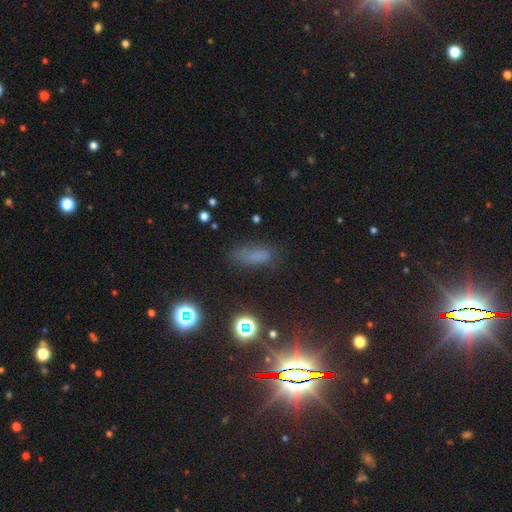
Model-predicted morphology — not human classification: Smooth or featured: smooth — 58% (star or artifact — 30%)
How rounded: in between — 62% (cigar-shaped — 32%)
Merging: none — 65% (minor disturbance — 20%)